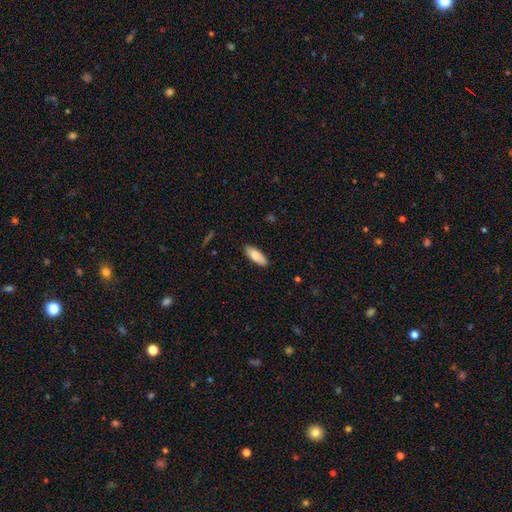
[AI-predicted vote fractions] The model was most divided on "how rounded": in between: 68%, cigar-shaped: 30%, round: 2%. More confident: merging — none (87%); smooth or featured — smooth (81%).